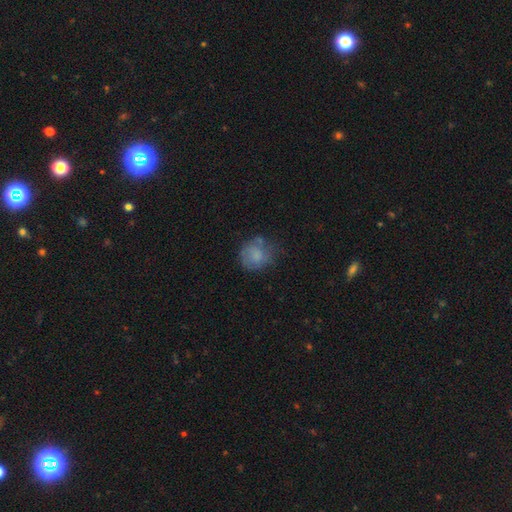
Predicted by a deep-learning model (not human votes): Smooth or featured: smooth — 67% (featured or disk — 22%)
How rounded: round — 72% (in between — 27%)
Merging: none — 50% (minor disturbance — 29%)